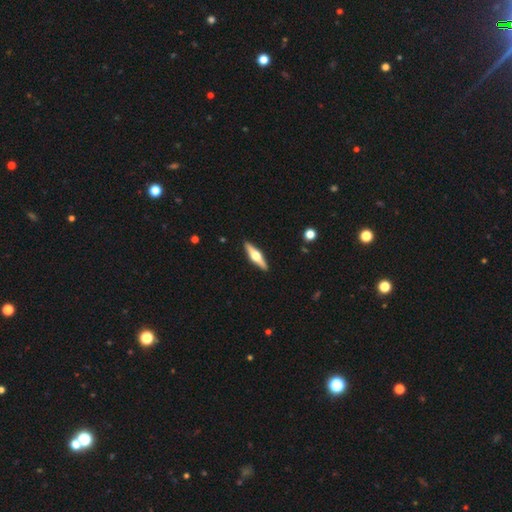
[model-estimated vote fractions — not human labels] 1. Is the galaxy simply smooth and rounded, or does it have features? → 70% featured or disk, 26% smooth, 5% star or artifact.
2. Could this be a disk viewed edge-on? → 97% yes, 3% no.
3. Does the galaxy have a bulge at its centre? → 95% rounded, 3% boxy, 1% none.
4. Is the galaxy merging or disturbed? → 91% none, 6% minor disturbance, 1% major disturbance, 1% merger.